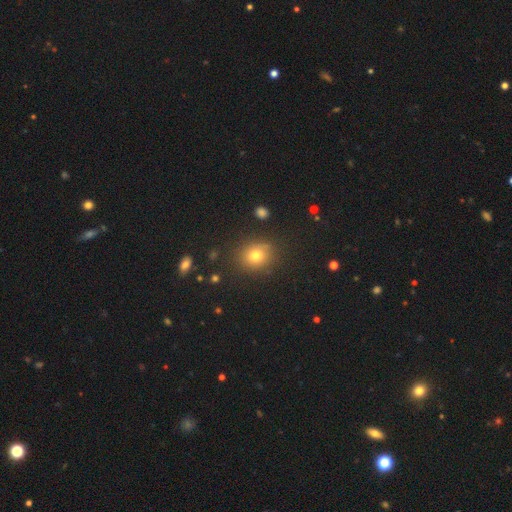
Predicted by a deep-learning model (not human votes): Smooth or featured? smooth (75%)
How rounded? round (72%)
Merging? none (83%)